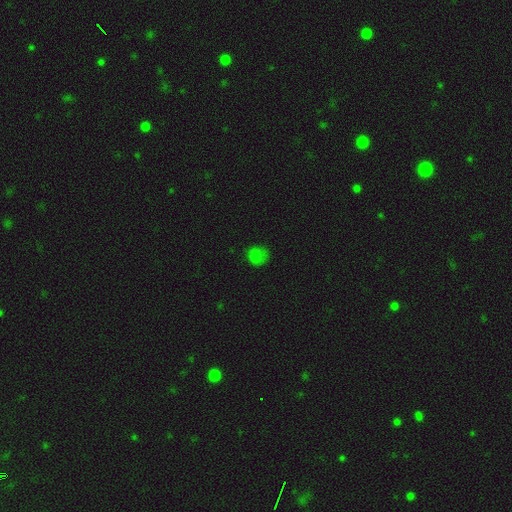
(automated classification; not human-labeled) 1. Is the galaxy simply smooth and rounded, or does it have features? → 71% smooth, 22% star or artifact, 7% featured or disk.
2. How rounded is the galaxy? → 79% round, 20% in between, 1% cigar-shaped.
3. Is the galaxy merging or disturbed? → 69% none, 21% minor disturbance, 8% major disturbance, 2% merger.